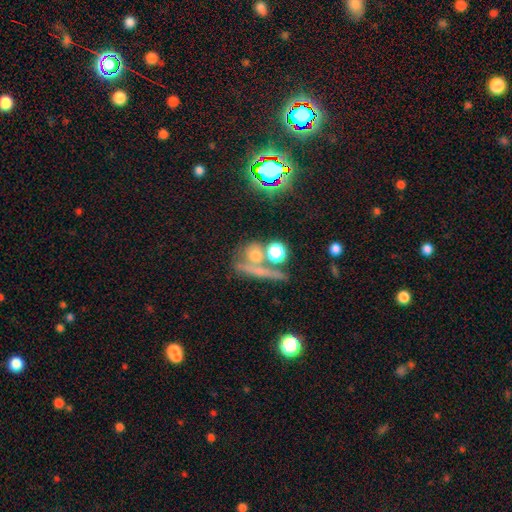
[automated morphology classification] smooth_or_featured: smooth (p=0.55) [alt: featured or disk p=0.23]
how_rounded: round (p=0.66) [alt: in between p=0.17]
merging: none (p=0.54) [alt: merger p=0.29]